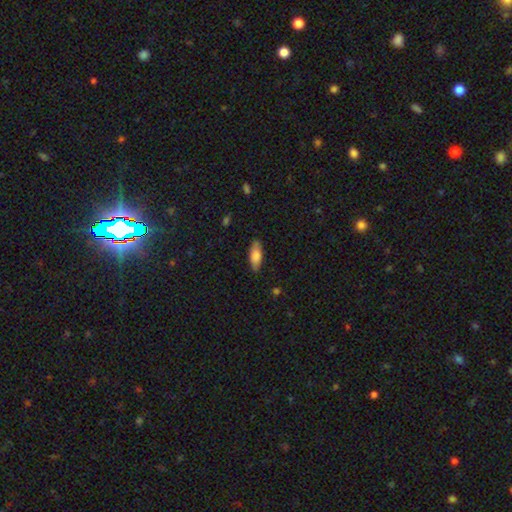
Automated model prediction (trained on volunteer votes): Overall: smooth (79%). How rounded: in between (70%). Merging: none (84%).